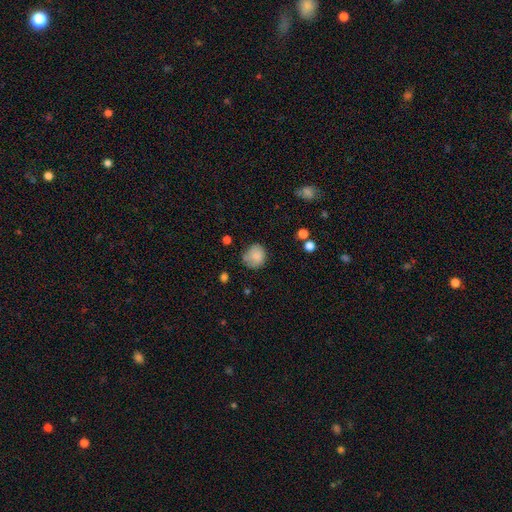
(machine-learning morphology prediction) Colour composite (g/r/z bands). It shows a smooth galaxy with no disk features (81%) that is round (75%). Merging: none (61%).